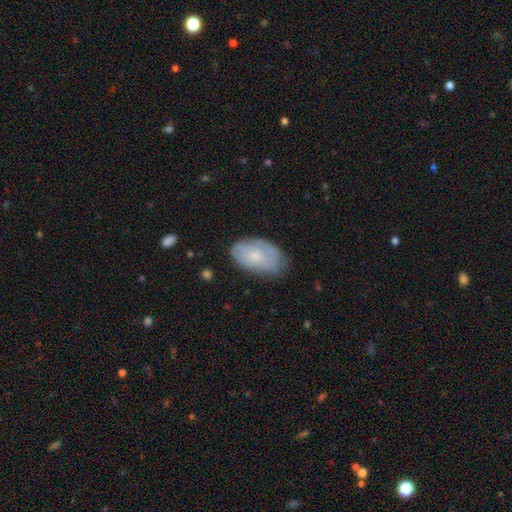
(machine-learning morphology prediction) Smooth or featured? Predicted: smooth (p=0.62). How rounded? Predicted: in between (p=0.93). Merging? Predicted: none (p=0.66).